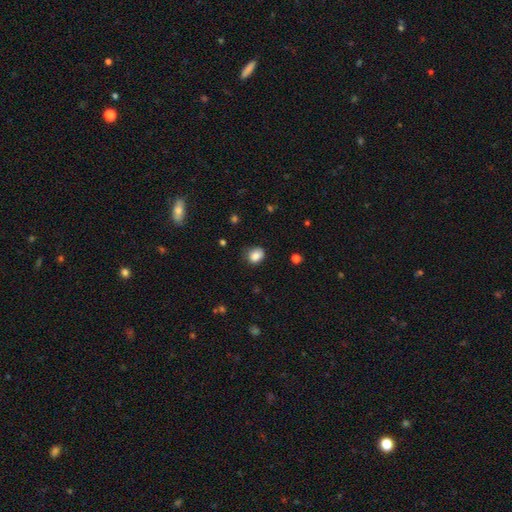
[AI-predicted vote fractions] Smooth or featured? smooth (85%)
How rounded? round (54%)
Merging? none (69%)